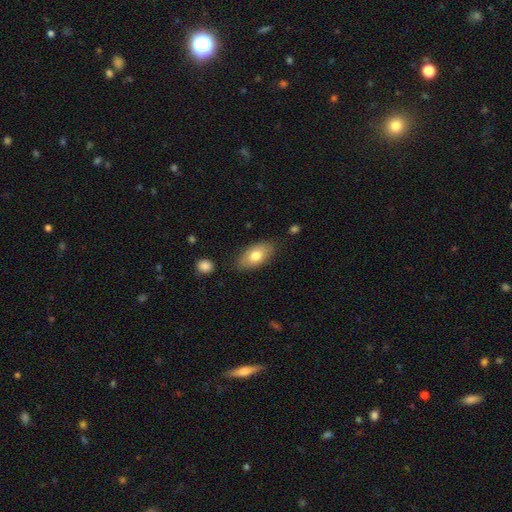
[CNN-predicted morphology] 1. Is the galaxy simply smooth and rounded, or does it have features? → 74% smooth, 20% featured or disk, 6% star or artifact.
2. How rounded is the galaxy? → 92% in between, 4% round, 4% cigar-shaped.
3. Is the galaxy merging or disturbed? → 80% none, 15% minor disturbance, 3% major disturbance, 2% merger.